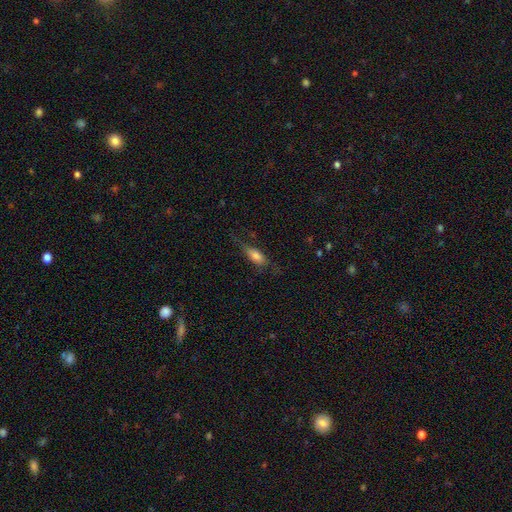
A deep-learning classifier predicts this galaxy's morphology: smooth-or-featured: smooth: 67% | featured or disk: 24% | star or artifact: 8%
  how-rounded: in between: 69% | cigar-shaped: 28% | round: 4%
  merging: none: 55% | minor disturbance: 26% | major disturbance: 18% | merger: 2%